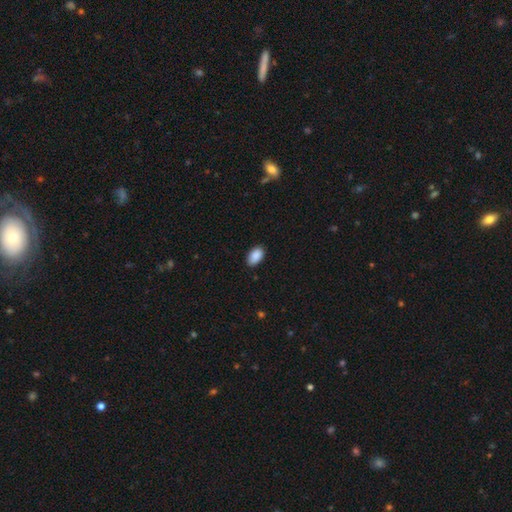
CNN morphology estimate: smooth-or-featured: smooth: 90% | star or artifact: 7% | featured or disk: 3%
  how-rounded: in between: 93% | round: 5% | cigar-shaped: 1%
  merging: none: 86% | minor disturbance: 11% | major disturbance: 2% | merger: 1%